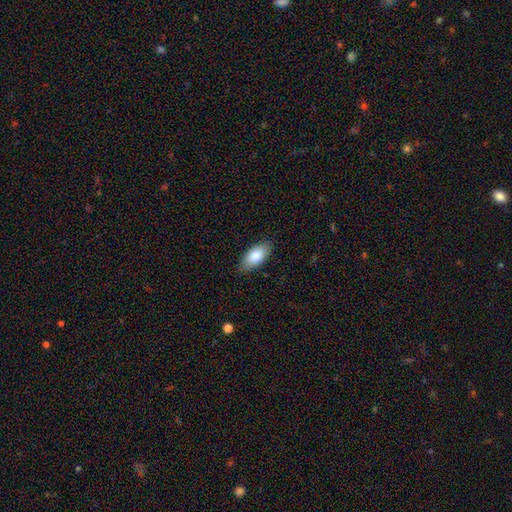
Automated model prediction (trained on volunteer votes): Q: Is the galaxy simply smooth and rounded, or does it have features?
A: smooth — 84%.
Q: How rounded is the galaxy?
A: in between — 91%.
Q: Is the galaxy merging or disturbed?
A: none — 86%.